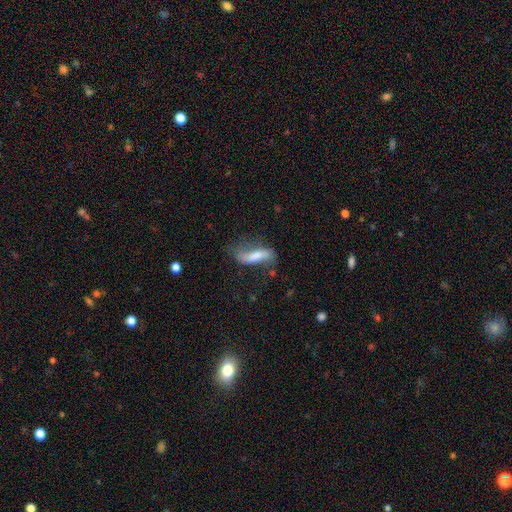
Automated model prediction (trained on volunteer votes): smooth_or_featured: smooth (p=0.55) [alt: featured or disk p=0.37]
how_rounded: cigar-shaped (p=0.50) [alt: in between p=0.48]
merging: none (p=0.42) [alt: minor disturbance p=0.30]